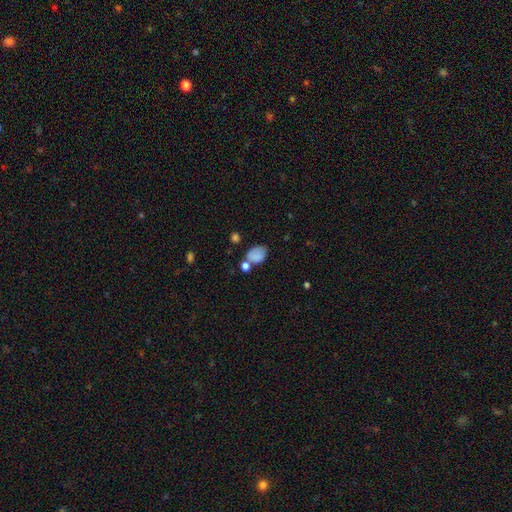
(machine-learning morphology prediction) type=smooth (81%); roundness=in between (76%); merging=none (45%).